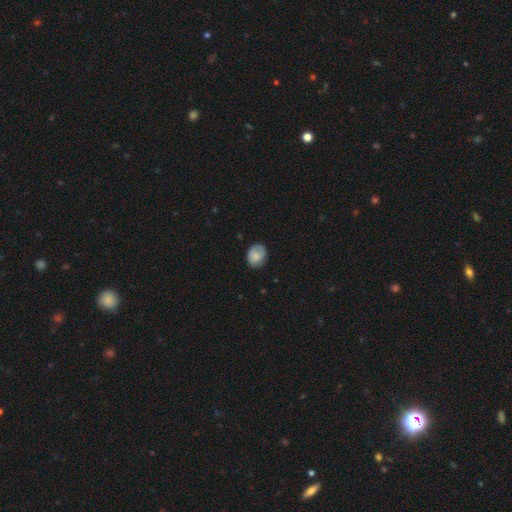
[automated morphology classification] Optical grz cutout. It shows a smooth galaxy with no disk features (77%) that is in between round and cigar-shaped (54%). Merging: none (73%).